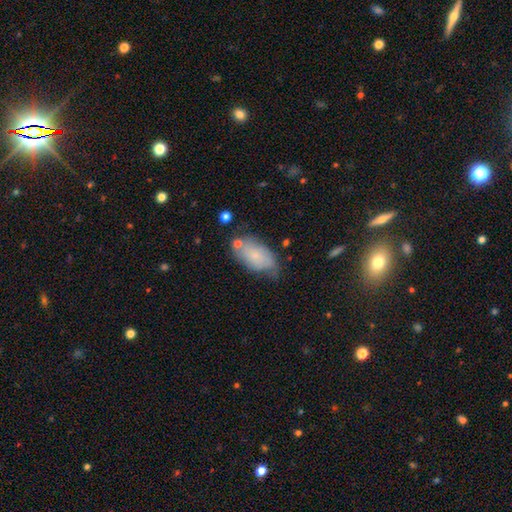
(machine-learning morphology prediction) smooth 68%, featured or disk 25%, star or artifact 8%. Down the decision tree: how rounded — in between (93%); merging — none (53%).